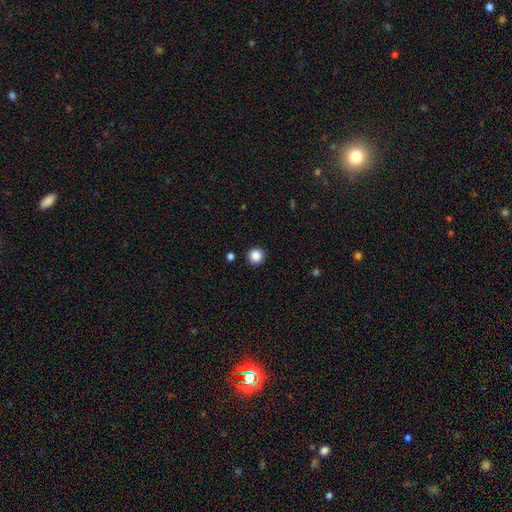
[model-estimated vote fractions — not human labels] Q: Smooth or featured?
A: smooth (87%); runner-up: star or artifact (10%)
Q: How rounded?
A: round (95%); runner-up: in between (4%)
Q: Merging?
A: none (91%); runner-up: minor disturbance (5%)